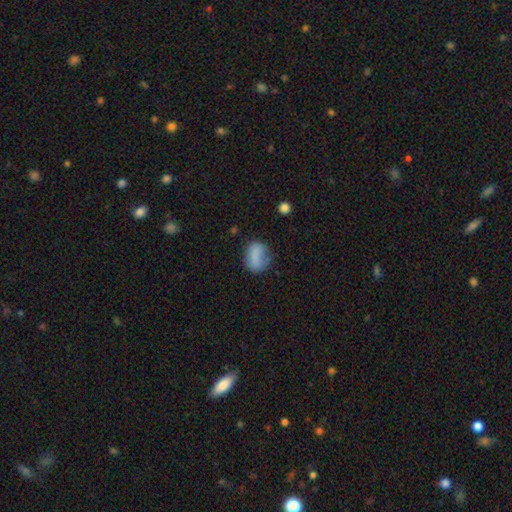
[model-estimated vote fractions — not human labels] smooth 78%, featured or disk 12%, star or artifact 10%. Down the decision tree: how rounded — in between (59%); merging — none (53%).